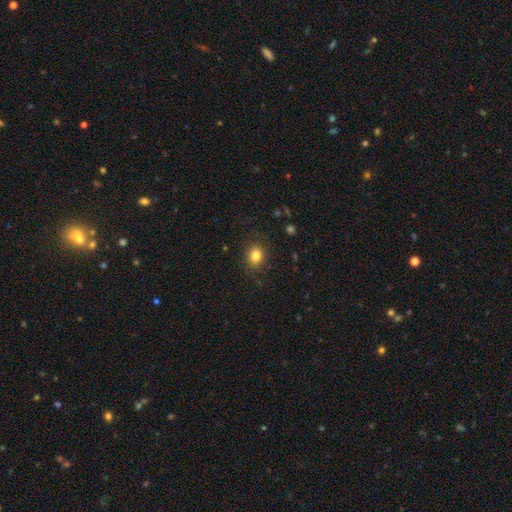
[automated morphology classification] type=smooth (83%); roundness=round (53%); merging=none (86%).